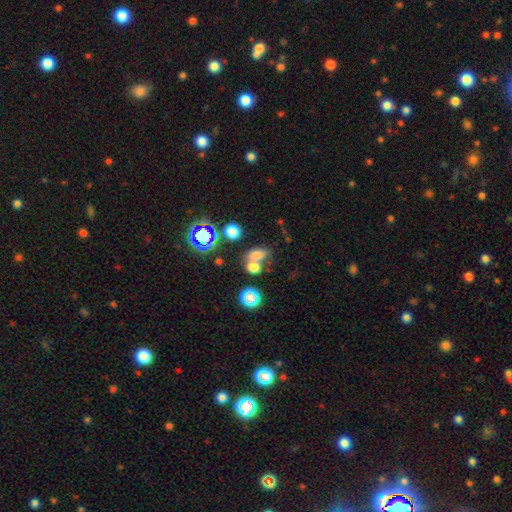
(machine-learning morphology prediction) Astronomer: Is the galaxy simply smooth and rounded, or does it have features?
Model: smooth — 67%.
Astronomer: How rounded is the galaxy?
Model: in between — 70%.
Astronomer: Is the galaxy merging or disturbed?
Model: merger — 43% (runner-up: none, 40%).